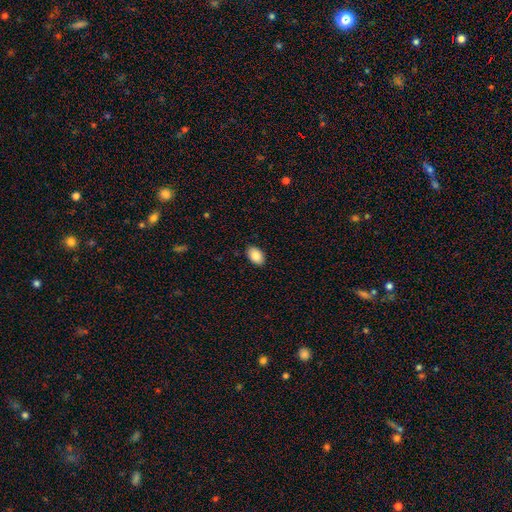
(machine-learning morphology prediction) The model was most divided on "how rounded": in between: 87%, round: 11%, cigar-shaped: 1%. More confident: merging — none (89%); smooth or featured — smooth (88%).